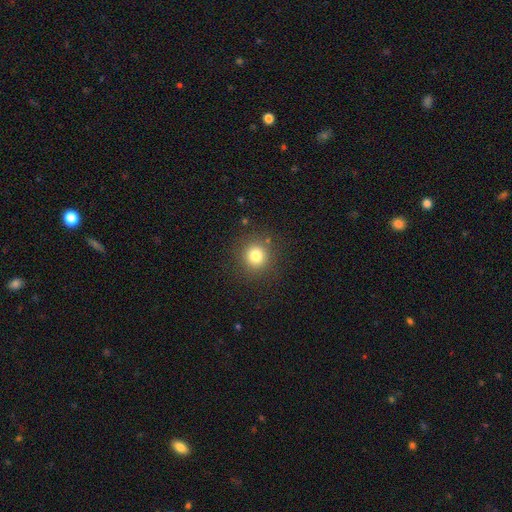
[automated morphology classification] type=smooth (80%); roundness=round (92%); merging=none (87%).